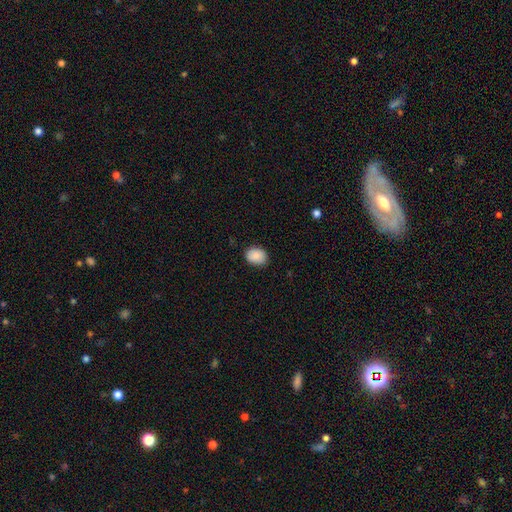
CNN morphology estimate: Q: Smooth or featured?
A: smooth (87%); runner-up: star or artifact (7%)
Q: How rounded?
A: in between (58%); runner-up: round (41%)
Q: Merging?
A: none (85%); runner-up: minor disturbance (12%)